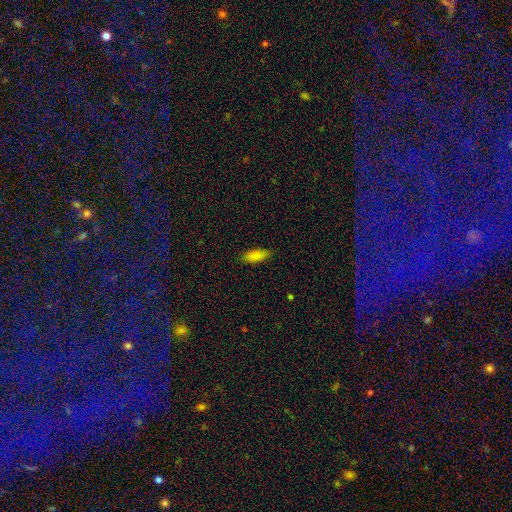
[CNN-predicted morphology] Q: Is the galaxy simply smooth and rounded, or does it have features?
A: smooth — 85%.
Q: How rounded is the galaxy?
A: in between — 73%.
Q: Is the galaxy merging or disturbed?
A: none — 85%.